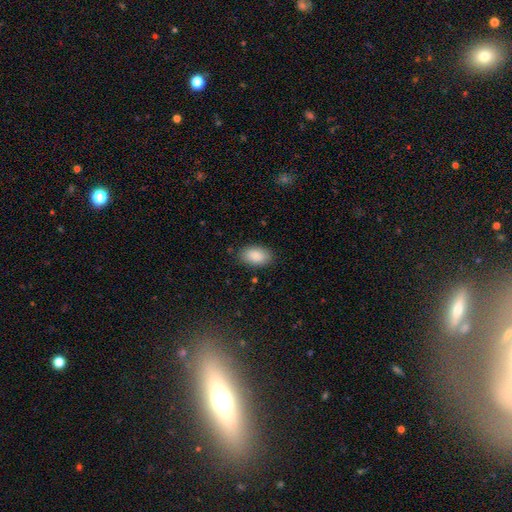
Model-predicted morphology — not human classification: Smooth or featured? Predicted: smooth (p=0.90). How rounded? Predicted: in between (p=0.93). Merging? Predicted: none (p=0.86).